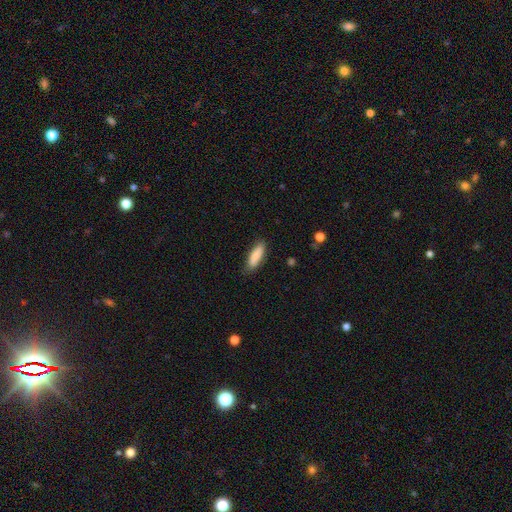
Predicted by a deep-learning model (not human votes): This is clearly a smooth galaxy (84%). How rounded: possibly in between (54%). Merging: clearly none (80%).